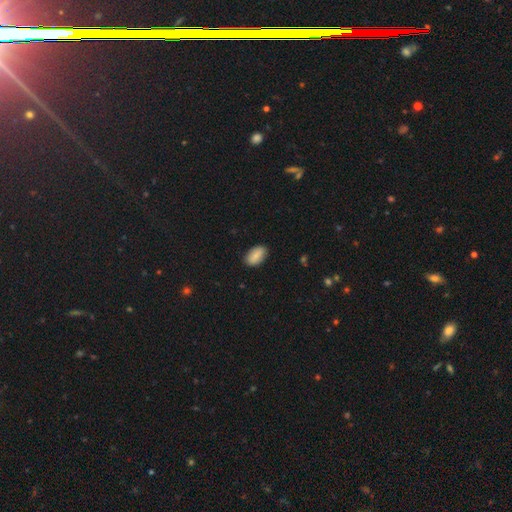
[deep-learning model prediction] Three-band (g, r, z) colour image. It shows a smooth galaxy with no disk features (84%) that is in between round and cigar-shaped (93%). Merging: none (86%).